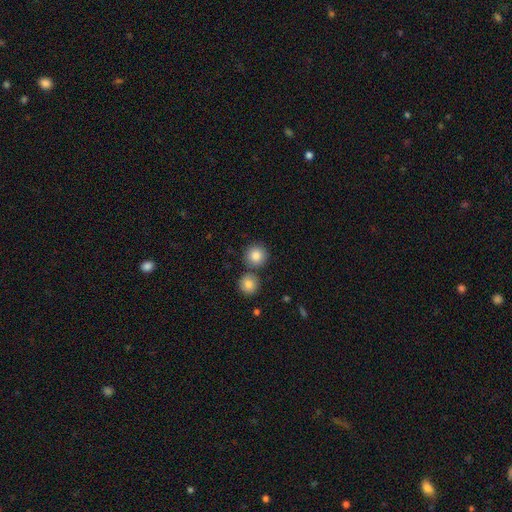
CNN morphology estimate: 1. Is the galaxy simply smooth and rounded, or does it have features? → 85% smooth, 9% star or artifact, 6% featured or disk.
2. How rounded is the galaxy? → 93% round, 6% in between, 1% cigar-shaped.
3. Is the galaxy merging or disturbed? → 75% none, 15% merger, 7% minor disturbance, 2% major disturbance.